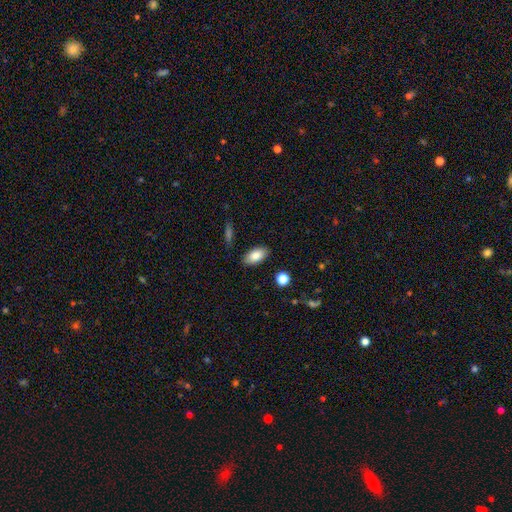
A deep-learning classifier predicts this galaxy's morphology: A smooth galaxy with no disk features (85%) that is in between round and cigar-shaped (92%).

Vote fractions:
- Smooth or featured? smooth: 85% / featured or disk: 8% / star or artifact: 7%
- How rounded? in between: 92% / cigar-shaped: 4% / round: 4%
- Merging? none: 86% / minor disturbance: 10% / major disturbance: 2% / merger: 2%